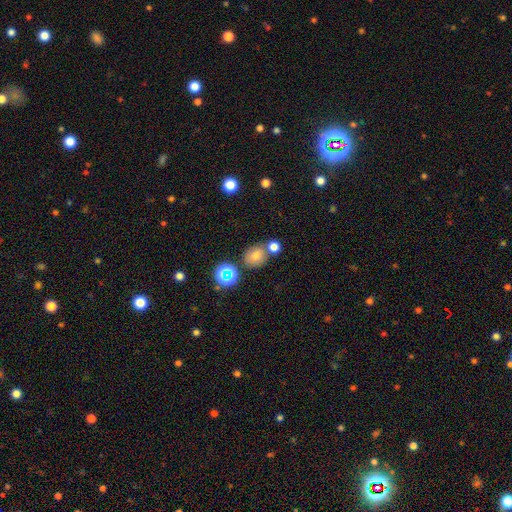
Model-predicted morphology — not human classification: Smooth or featured? smooth (71%)
How rounded? round (68%)
Merging? none (61%)